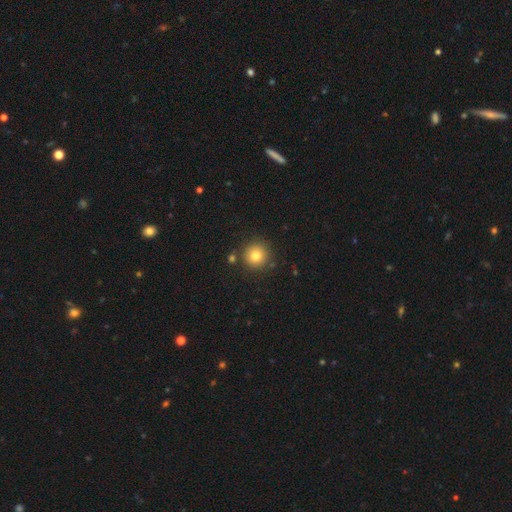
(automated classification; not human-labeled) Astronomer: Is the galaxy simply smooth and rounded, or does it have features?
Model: smooth — 81%.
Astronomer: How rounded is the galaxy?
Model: round — 95%.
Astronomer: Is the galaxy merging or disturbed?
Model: none — 85%.